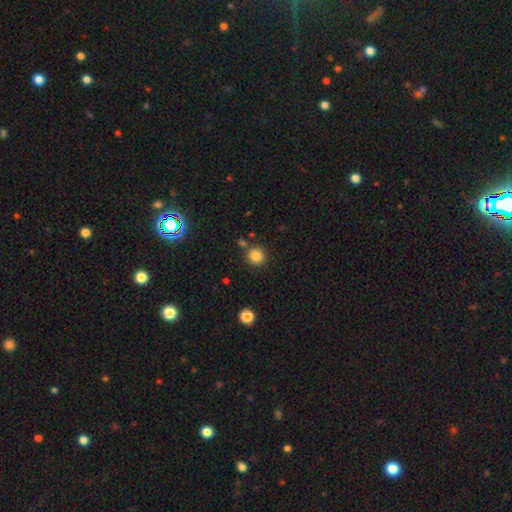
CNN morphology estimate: smooth-or-featured: smooth: 84% | star or artifact: 12% | featured or disk: 5%
  how-rounded: round: 91% | in between: 8% | cigar-shaped: 1%
  merging: none: 81% | minor disturbance: 8% | merger: 8% | major disturbance: 3%